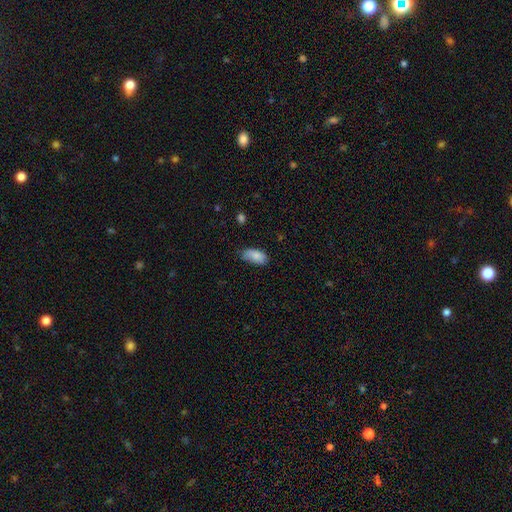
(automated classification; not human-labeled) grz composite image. It shows a smooth galaxy with no disk features (84%) that is in between round and cigar-shaped (93%). Merging: none (57%).